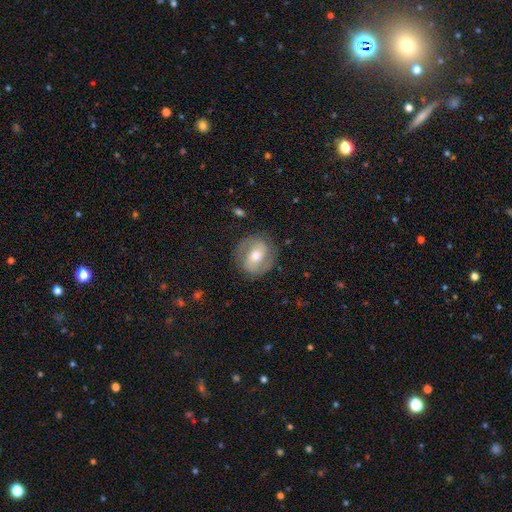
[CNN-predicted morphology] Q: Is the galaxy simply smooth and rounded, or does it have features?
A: featured or disk — 60%.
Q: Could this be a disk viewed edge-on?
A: no — 96%.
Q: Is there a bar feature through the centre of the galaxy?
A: weak — 38%.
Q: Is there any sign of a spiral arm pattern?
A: yes — 74%.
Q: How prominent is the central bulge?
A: moderate — 68%.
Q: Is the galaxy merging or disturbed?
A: none — 81%.